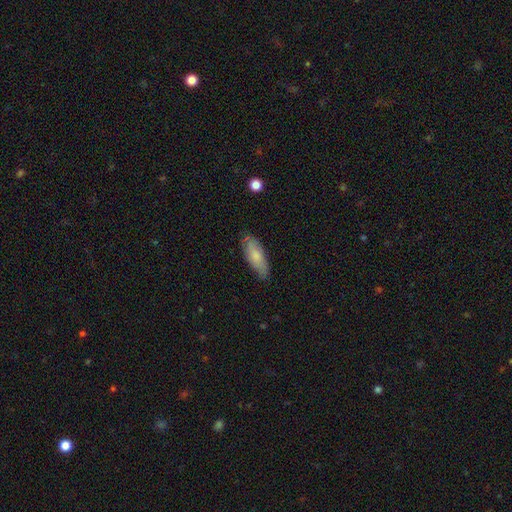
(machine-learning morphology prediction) Q: Smooth or featured?
A: smooth (75%); runner-up: featured or disk (20%)
Q: How rounded?
A: in between (66%); runner-up: cigar-shaped (32%)
Q: Merging?
A: none (76%); runner-up: minor disturbance (19%)